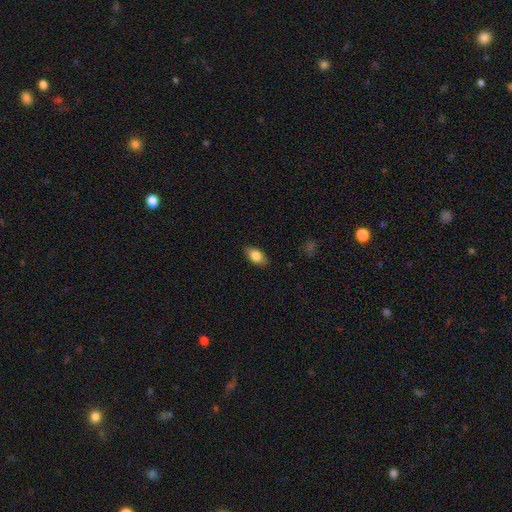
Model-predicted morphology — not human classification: This appears to be a smooth galaxy with no disk features (82%) that is in between round and cigar-shaped (89%). Merging: none (86%).